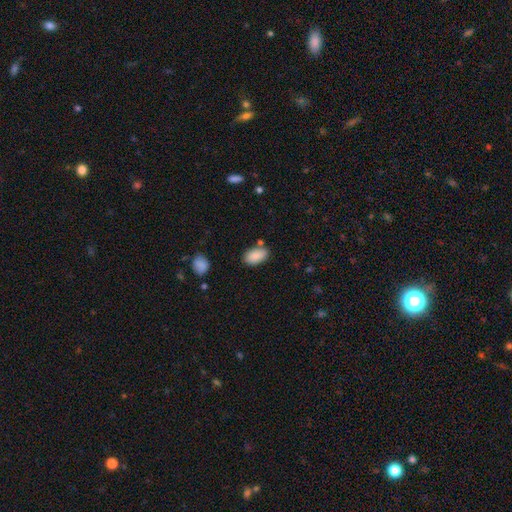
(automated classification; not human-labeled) Smooth or featured? Predicted: smooth (p=0.88). How rounded? Predicted: in between (p=0.93). Merging? Predicted: none (p=0.74).